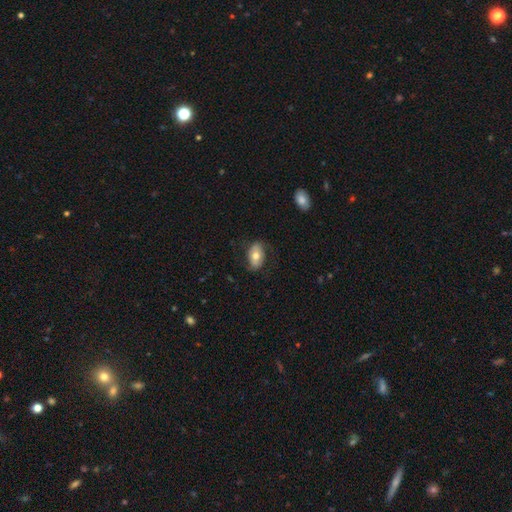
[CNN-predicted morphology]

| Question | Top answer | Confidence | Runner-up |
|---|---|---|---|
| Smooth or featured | smooth | 65% | featured or disk (28%) |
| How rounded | in between | 90% | round (8%) |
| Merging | none | 75% | minor disturbance (18%) |